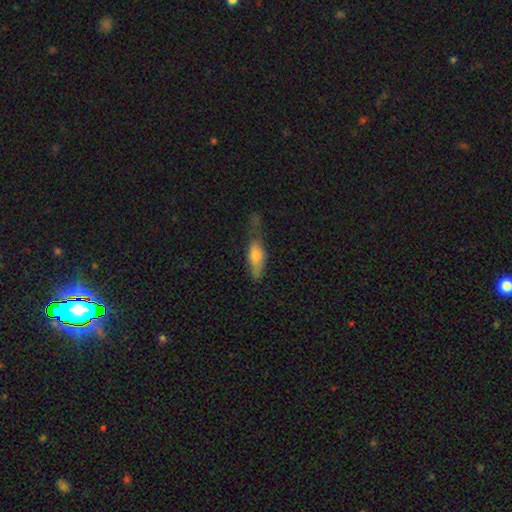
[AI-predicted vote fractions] Smooth or featured? Predicted: smooth (p=0.74). How rounded? Predicted: in between (p=0.62). Merging? Predicted: minor disturbance (p=0.35, tied with none).